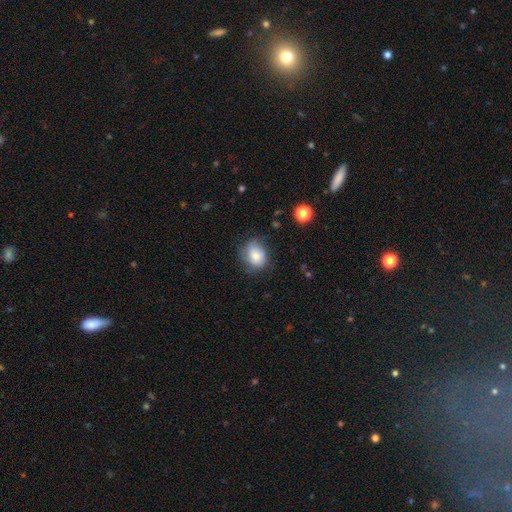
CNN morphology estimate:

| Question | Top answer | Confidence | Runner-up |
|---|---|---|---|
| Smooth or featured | smooth | 78% | featured or disk (13%) |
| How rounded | in between | 51% | round (48%) |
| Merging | none | 63% | minor disturbance (27%) |